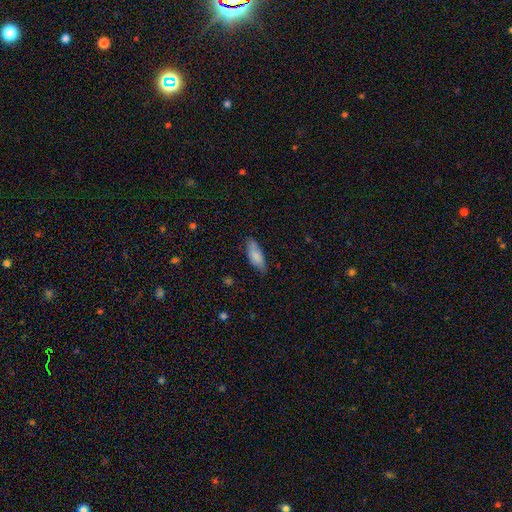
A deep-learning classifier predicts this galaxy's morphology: Smooth or featured? smooth (84%)
How rounded? in between (75%)
Merging? none (73%)